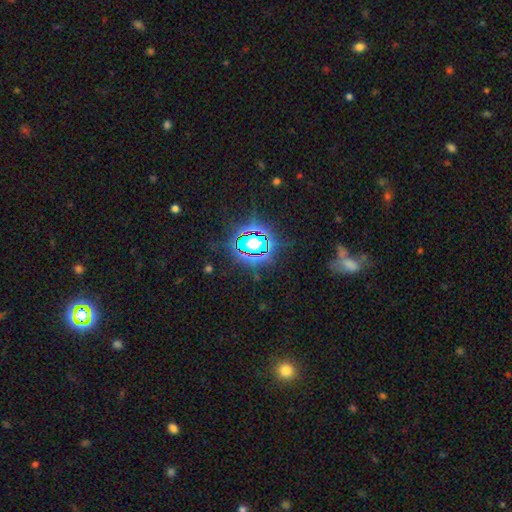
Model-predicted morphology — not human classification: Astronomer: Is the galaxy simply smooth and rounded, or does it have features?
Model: star or artifact — 79%.